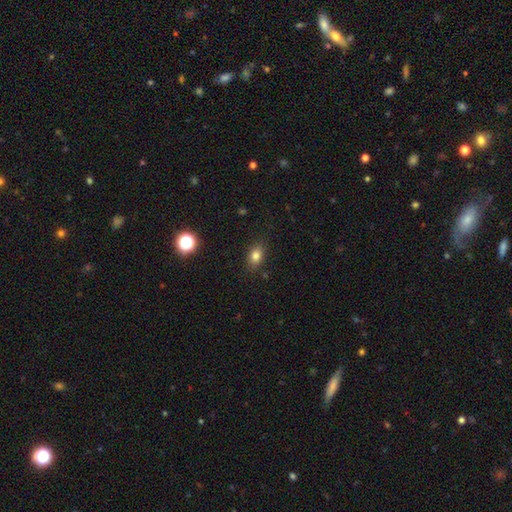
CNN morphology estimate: smooth_or_featured: smooth (p=0.81) [alt: star or artifact p=0.11]
how_rounded: in between (p=0.77) [alt: round p=0.20]
merging: none (p=0.85) [alt: minor disturbance p=0.11]